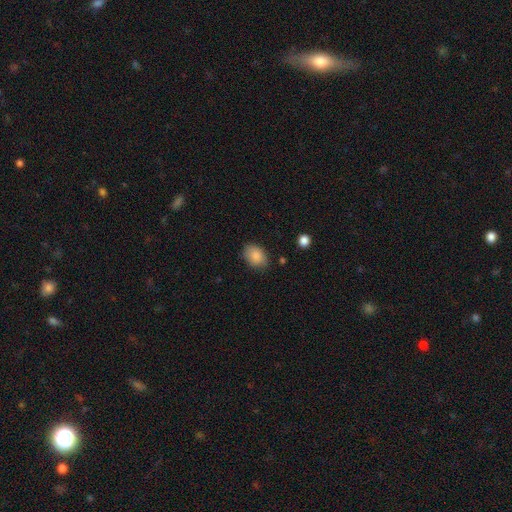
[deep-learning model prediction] The model was most divided on "how rounded": in between: 72%, round: 27%, cigar-shaped: 1%. More confident: smooth or featured — smooth (86%); merging — none (75%).